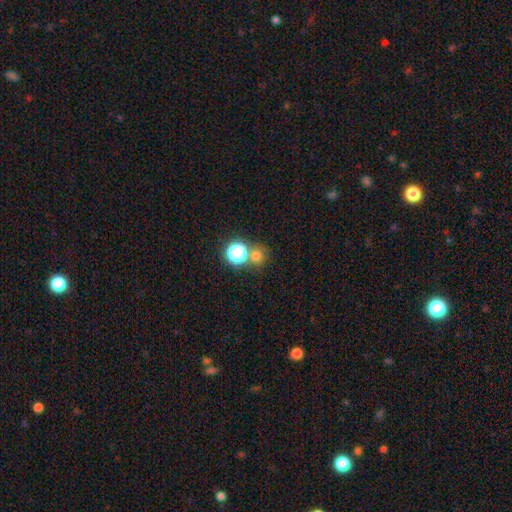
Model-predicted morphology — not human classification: smooth-or-featured: smooth: 68% | star or artifact: 25% | featured or disk: 7%
  how-rounded: round: 86% | in between: 13% | cigar-shaped: 1%
  merging: none: 64% | merger: 24% | minor disturbance: 8% | major disturbance: 4%